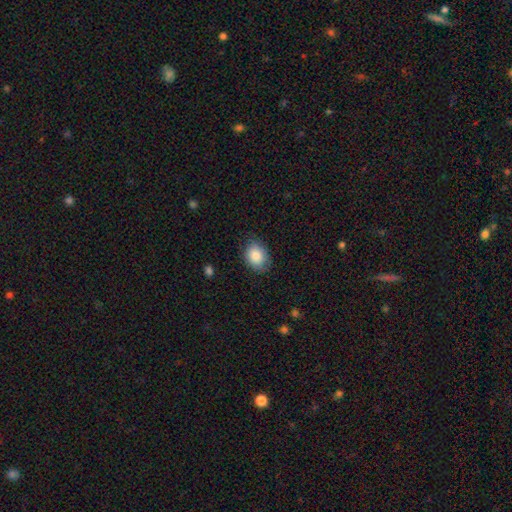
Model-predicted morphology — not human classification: Smooth or featured? smooth (84%)
How rounded? in between (64%)
Merging? none (79%)